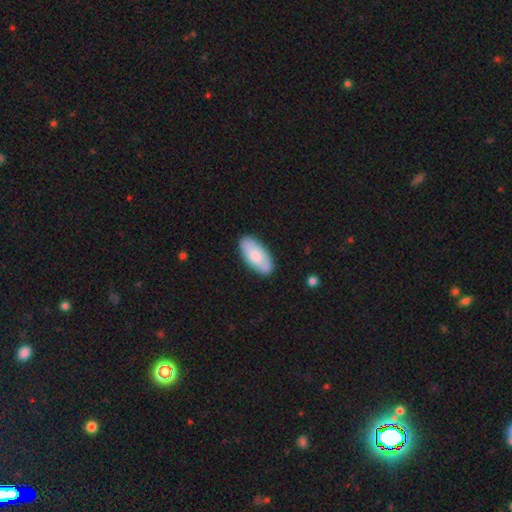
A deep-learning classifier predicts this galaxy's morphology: A smooth galaxy with no disk features (74%) that is in between round and cigar-shaped (90%). Merging: none (84%).